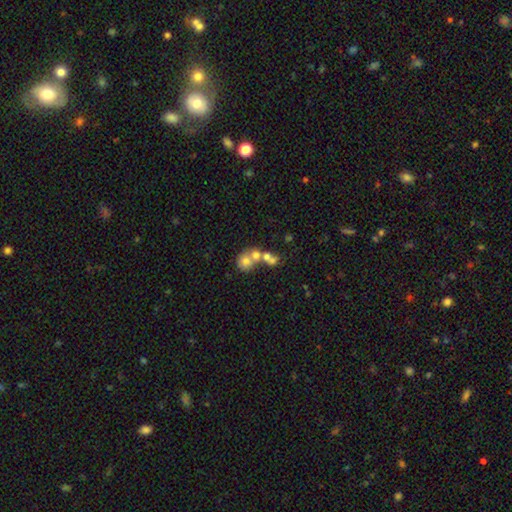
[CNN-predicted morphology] A smooth galaxy with no disk features (60%) that is round (75%).

Vote fractions:
- Smooth or featured? smooth: 60% / featured or disk: 26% / star or artifact: 13%
- How rounded? round: 75% / in between: 24% / cigar-shaped: 1%
- Merging? merger: 59% / none: 29% / minor disturbance: 7% / major disturbance: 5%